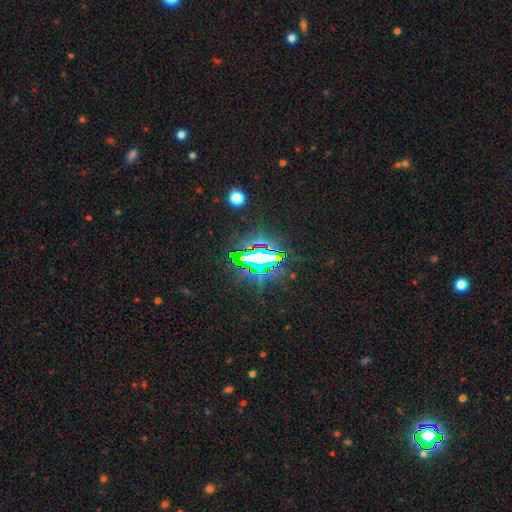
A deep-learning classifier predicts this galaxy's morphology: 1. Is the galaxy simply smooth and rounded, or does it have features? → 74% star or artifact, 13% smooth, 13% featured or disk.